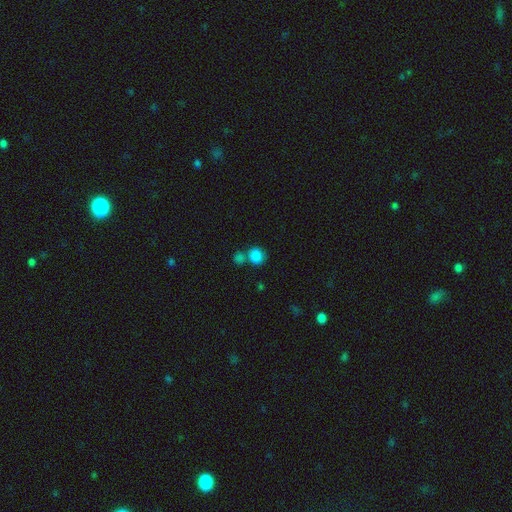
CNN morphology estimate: The model was most divided on "merging": none: 49%, merger: 37%, minor disturbance: 10%, major disturbance: 5%. More confident: smooth or featured — smooth (84%); how rounded — round (78%).